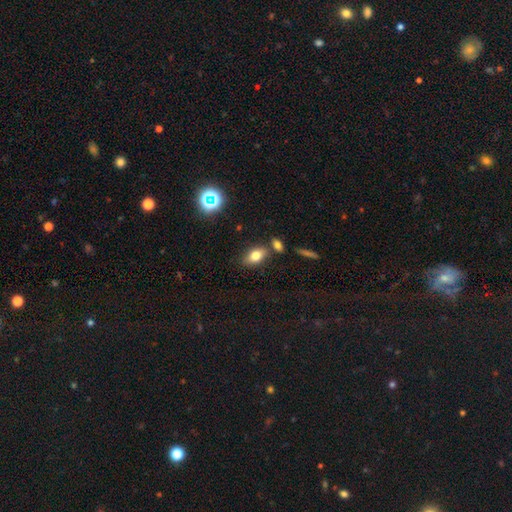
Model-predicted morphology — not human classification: Overall: smooth (73%). How rounded: in between (84%). Merging: none (74%).